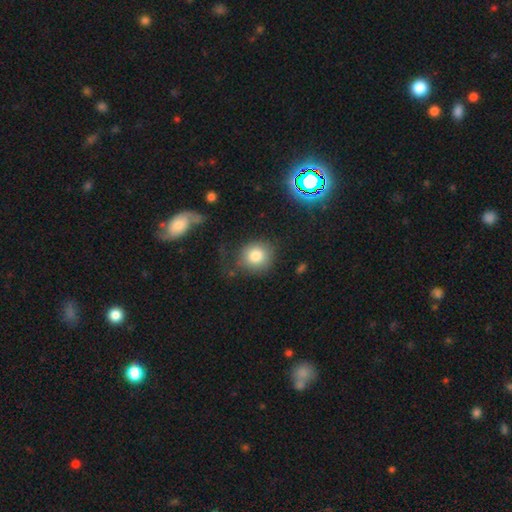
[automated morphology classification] This is clearly a smooth galaxy (80%). How rounded: clearly round (83%). Merging: likely none (65%).